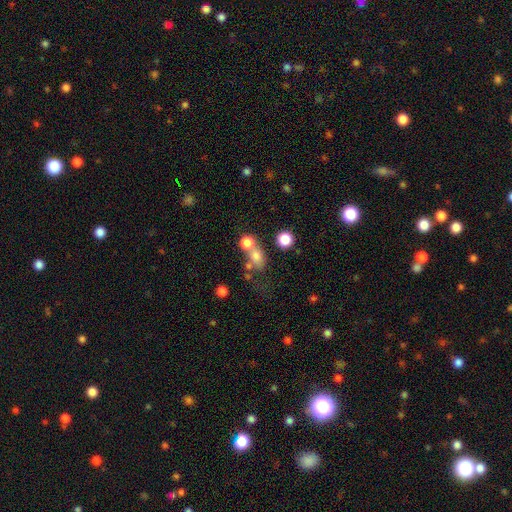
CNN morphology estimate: Smooth or featured? smooth (72%)
How rounded? round (66%)
Merging? merger (47%)